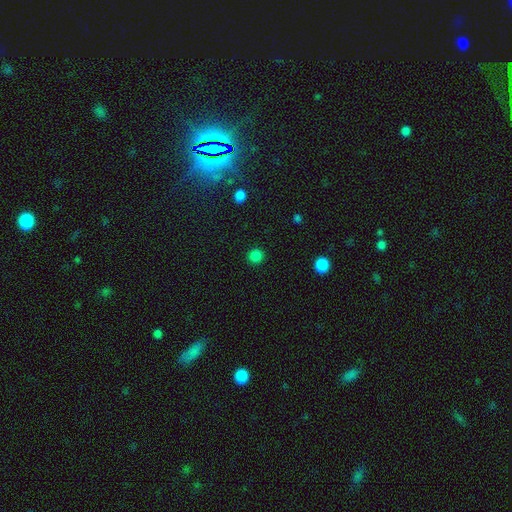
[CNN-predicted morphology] Overall: smooth (84%). How rounded: round (92%). Merging: none (91%).